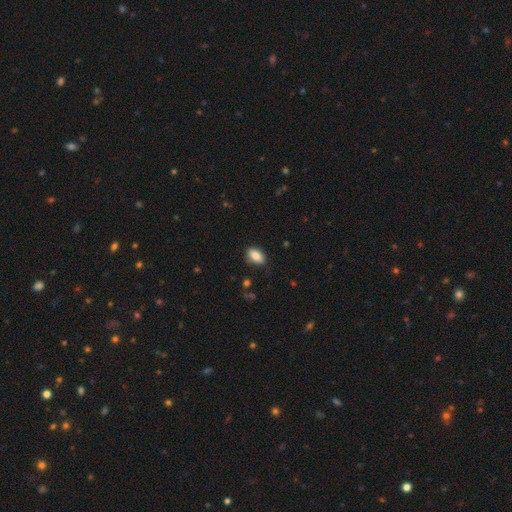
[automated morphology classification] Smooth or featured? Predicted: smooth (p=0.87). How rounded? Predicted: in between (p=0.91). Merging? Predicted: none (p=0.85).